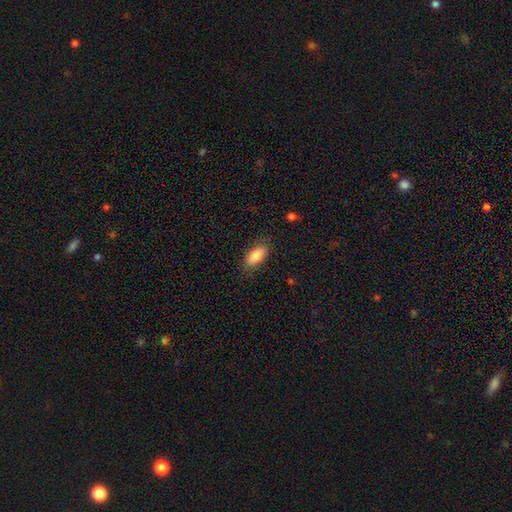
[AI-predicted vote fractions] A smooth galaxy with no disk features (84%) that is in between round and cigar-shaped (89%).

Vote fractions:
- Smooth or featured? smooth: 84% / featured or disk: 9% / star or artifact: 7%
- How rounded? in between: 89% / cigar-shaped: 9% / round: 3%
- Merging? none: 83% / minor disturbance: 12% / major disturbance: 3% / merger: 1%